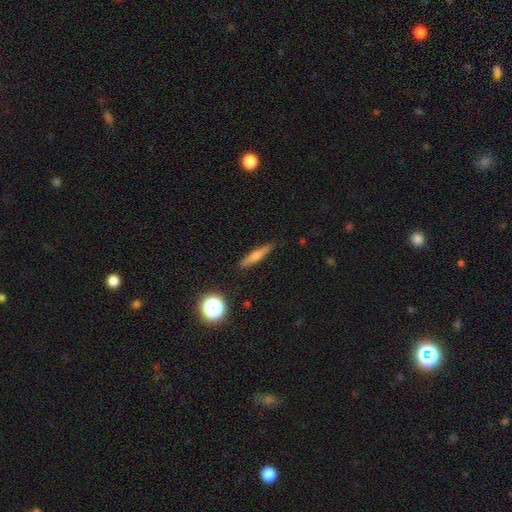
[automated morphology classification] Overall: smooth (58%; featured or disk 33%). How rounded: cigar-shaped (85%). Merging: none (86%).